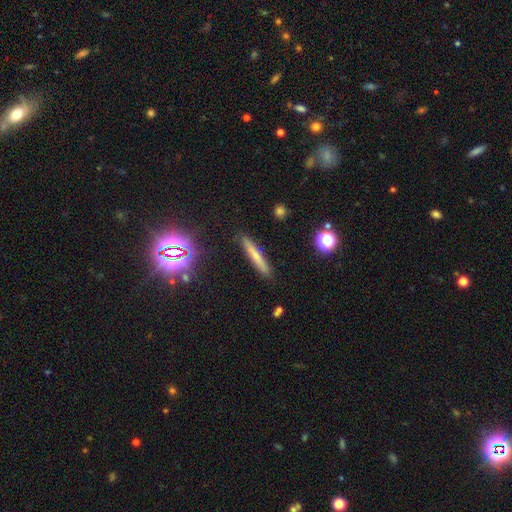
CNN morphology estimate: Smooth or featured? smooth (58%)
How rounded? cigar-shaped (93%)
Merging? none (89%)